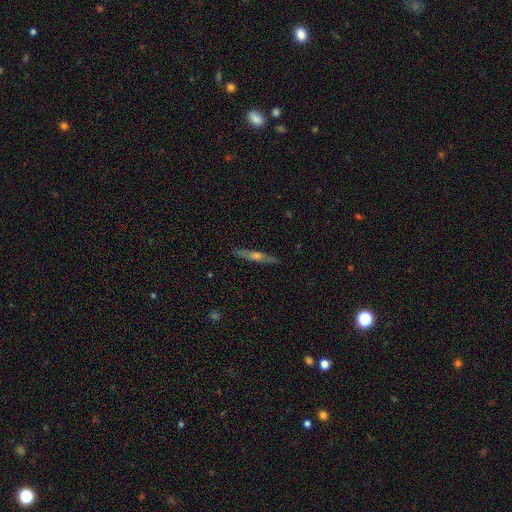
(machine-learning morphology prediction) A featured or disk galaxy (68%) viewed edge-on (96%) with a rounded central bulge (83%).

Vote fractions:
- Smooth or featured? featured or disk: 68% / smooth: 26% / star or artifact: 7%
- Edge-on disk? yes: 96% / no: 4%
- Edge-on bulge? rounded: 83% / none: 11% / boxy: 5%
- Merging? none: 90% / minor disturbance: 8% / major disturbance: 1% / merger: 1%